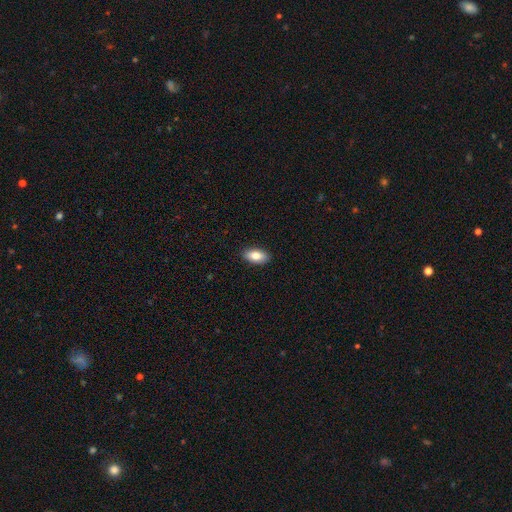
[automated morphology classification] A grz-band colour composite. It shows a smooth galaxy with no disk features (83%) that is in between round and cigar-shaped (91%). Merging: none (90%).